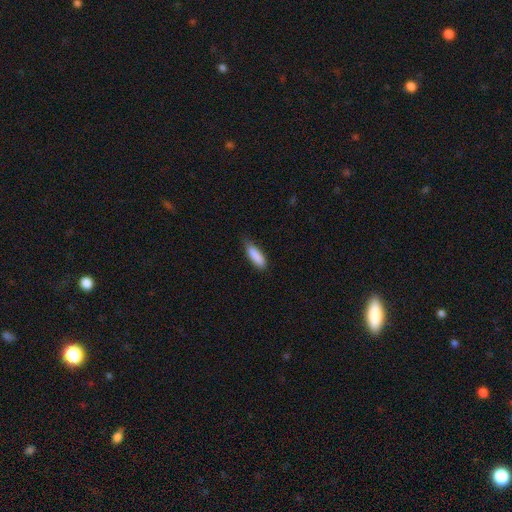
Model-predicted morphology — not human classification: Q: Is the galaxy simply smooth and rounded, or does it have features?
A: smooth — 88%.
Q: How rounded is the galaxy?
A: cigar-shaped — 50%.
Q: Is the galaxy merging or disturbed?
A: none — 72%.